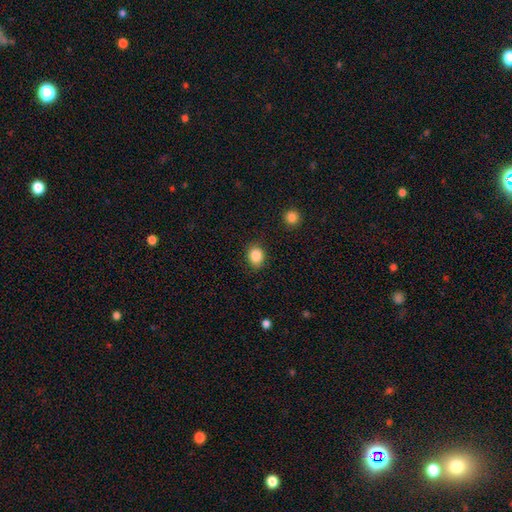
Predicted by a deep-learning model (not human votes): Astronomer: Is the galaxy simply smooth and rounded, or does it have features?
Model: smooth — 86%.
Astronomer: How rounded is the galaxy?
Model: round — 60% (runner-up: in between, 39%).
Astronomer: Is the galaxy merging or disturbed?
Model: none — 84%.